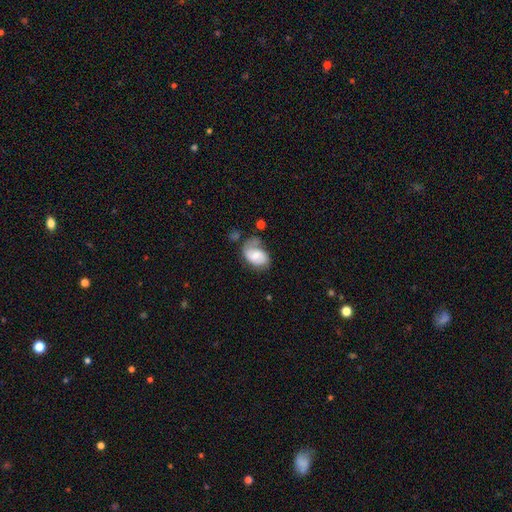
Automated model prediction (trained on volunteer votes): Q: Smooth or featured?
A: smooth (46%); tied with: featured or disk (46%)
Q: Merging?
A: none (36%); runner-up: minor disturbance (32%)